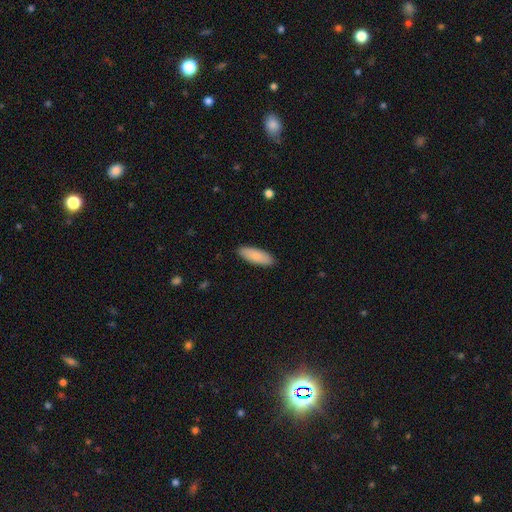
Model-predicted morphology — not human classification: A smooth galaxy with no disk features (87%) that is in between round and cigar-shaped (64%).

Vote fractions:
- Smooth or featured? smooth: 87% / featured or disk: 8% / star or artifact: 6%
- How rounded? in between: 64% / cigar-shaped: 35% / round: 2%
- Merging? none: 90% / minor disturbance: 8% / major disturbance: 2% / merger: 1%